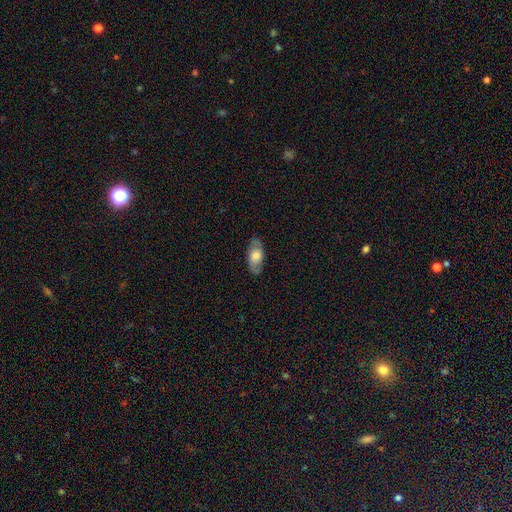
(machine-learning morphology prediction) Smooth or featured? smooth (61%)
How rounded? in between (88%)
Merging? none (79%)